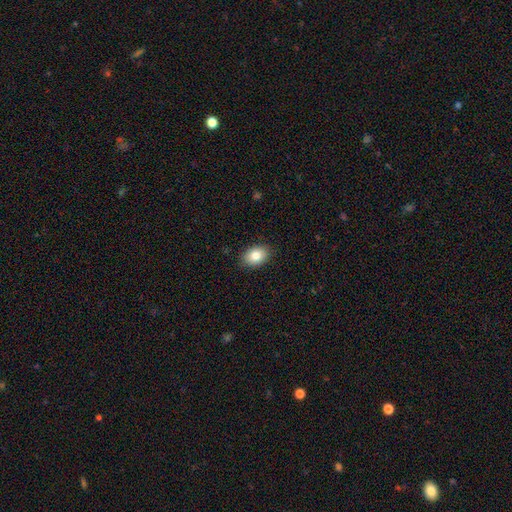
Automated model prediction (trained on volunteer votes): Overall: smooth (83%). How rounded: in between (79%). Merging: none (88%).